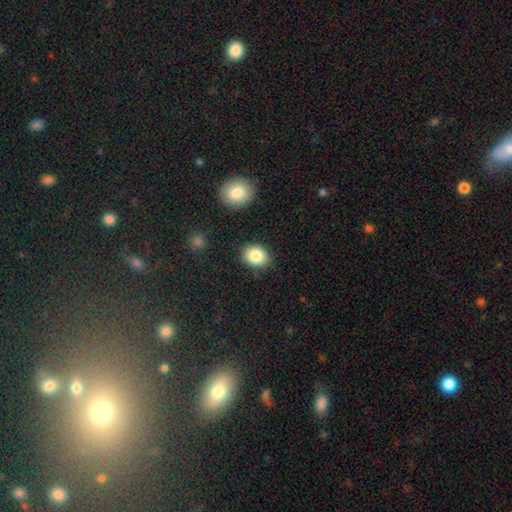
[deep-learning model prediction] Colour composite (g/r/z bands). It shows a smooth galaxy with no disk features (85%) that is round (55%). Merging: none (85%).